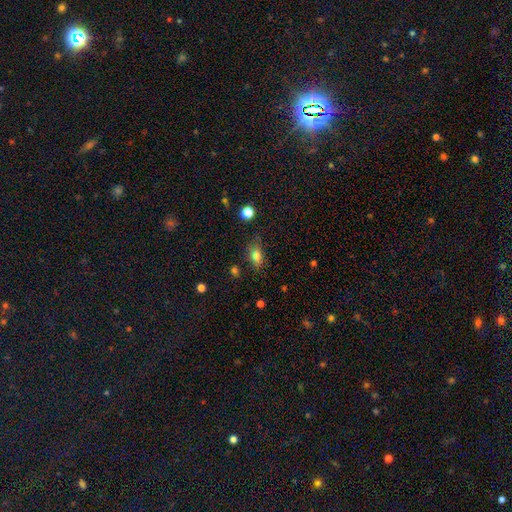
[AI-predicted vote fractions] Smooth or featured?
  - smooth: 80% *
  - star or artifact: 11%
  - featured or disk: 9%
How rounded?
  - in between: 79% *
  - round: 17%
  - cigar-shaped: 4%
Merging?
  - none: 74% *
  - minor disturbance: 19%
  - major disturbance: 5%
  - merger: 3%